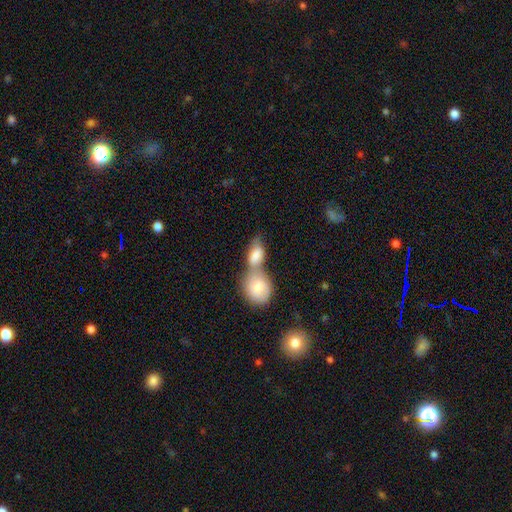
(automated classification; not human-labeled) Smooth or featured? smooth (78%)
How rounded? in between (77%)
Merging? merger (71%)